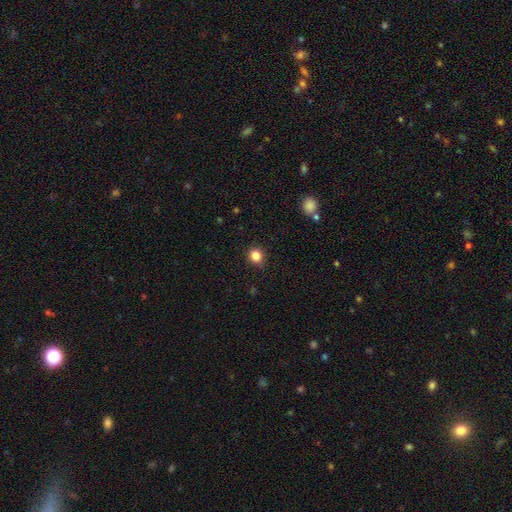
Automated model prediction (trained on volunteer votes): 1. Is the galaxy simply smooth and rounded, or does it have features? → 84% smooth, 11% star or artifact, 4% featured or disk.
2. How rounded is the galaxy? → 86% round, 13% in between, 1% cigar-shaped.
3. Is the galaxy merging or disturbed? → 89% none, 8% minor disturbance, 2% major disturbance, 1% merger.